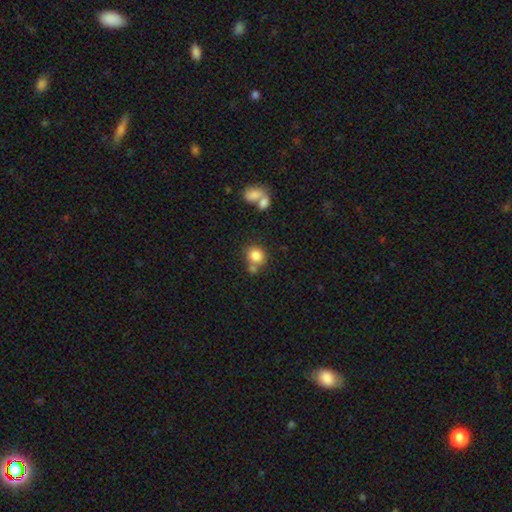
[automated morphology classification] smooth 83%, star or artifact 10%, featured or disk 7%. Down the decision tree: how rounded — round (79%); merging — none (57%).